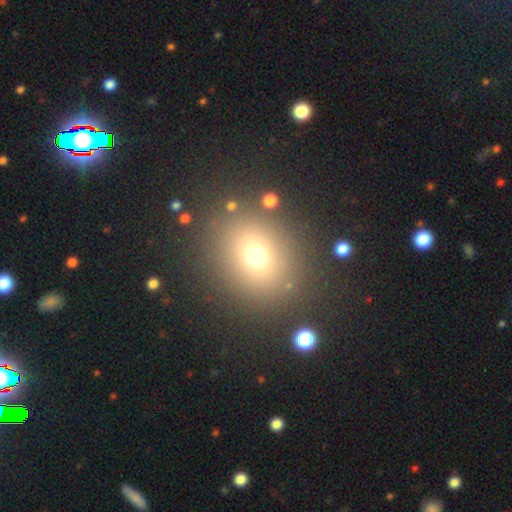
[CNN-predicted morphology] Smooth or featured: smooth — 68% (star or artifact — 20%)
How rounded: round — 71% (in between — 28%)
Merging: none — 84% (minor disturbance — 8%)